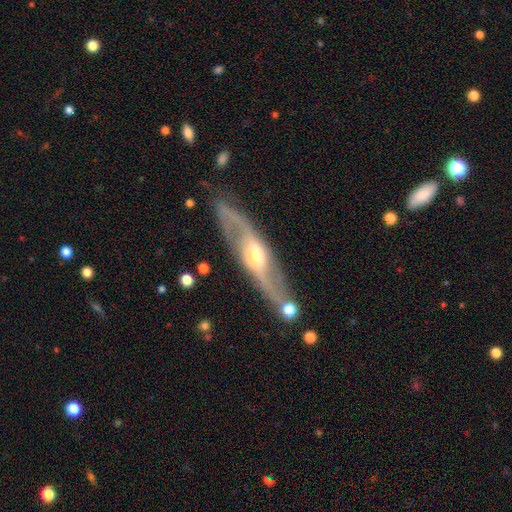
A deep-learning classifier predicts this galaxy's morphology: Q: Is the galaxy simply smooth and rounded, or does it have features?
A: featured or disk — 81%.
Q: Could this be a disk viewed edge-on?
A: no — 66%.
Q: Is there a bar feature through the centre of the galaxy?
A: no — 48%.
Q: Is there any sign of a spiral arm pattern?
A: yes — 84%.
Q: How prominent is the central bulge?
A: moderate — 57%.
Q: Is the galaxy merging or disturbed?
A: none — 79%.